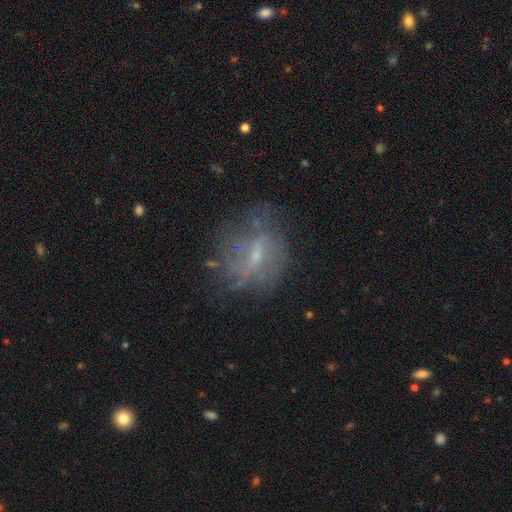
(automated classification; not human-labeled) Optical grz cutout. It shows a featured or disk galaxy (62%) with a weak bar (54%), spiral arms (53%) and a small central bulge (56%). Merging: none (58%).